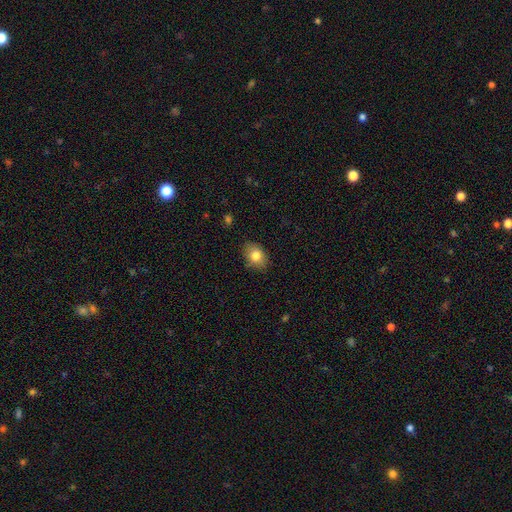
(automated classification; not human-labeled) The model was most divided on "how rounded": in between: 77%, round: 22%, cigar-shaped: 1%. More confident: merging — none (82%); smooth or featured — smooth (81%).